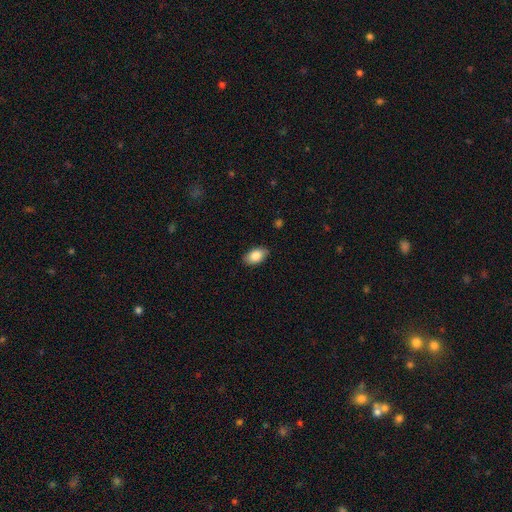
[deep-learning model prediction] This appears to be a smooth galaxy with no disk features (84%) that is in between round and cigar-shaped (91%). Merging: none (86%).